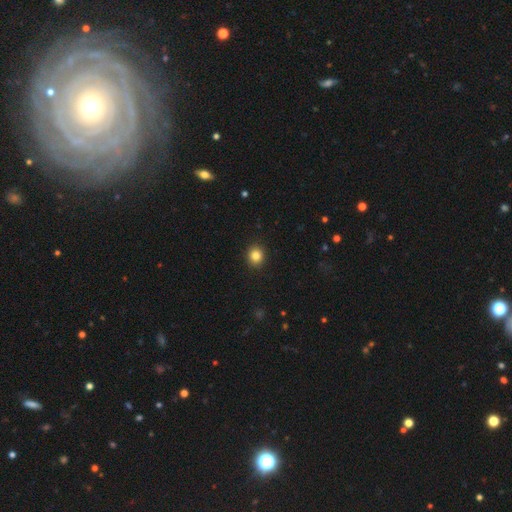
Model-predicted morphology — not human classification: Q: Smooth or featured?
A: smooth (85%); runner-up: star or artifact (11%)
Q: How rounded?
A: round (84%); runner-up: in between (15%)
Q: Merging?
A: none (92%); runner-up: minor disturbance (5%)